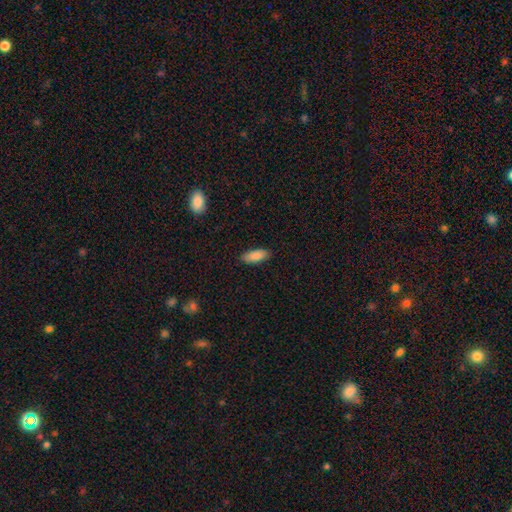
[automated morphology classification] Q: Smooth or featured?
A: smooth (88%); runner-up: star or artifact (6%)
Q: How rounded?
A: in between (79%); runner-up: cigar-shaped (20%)
Q: Merging?
A: none (87%); runner-up: minor disturbance (10%)